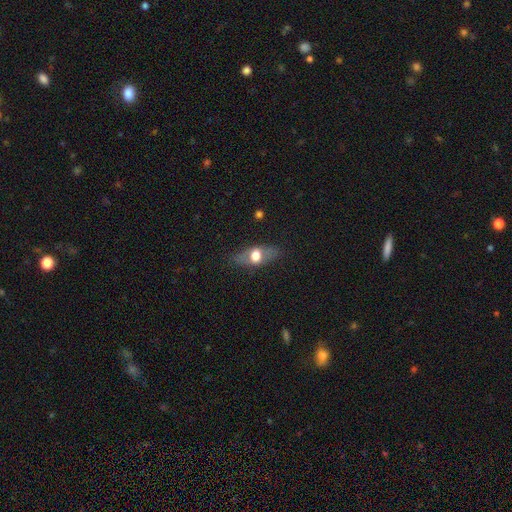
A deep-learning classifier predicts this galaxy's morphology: This is possibly a smooth galaxy (51%). How rounded: likely in between (71%). Merging: likely none (78%).